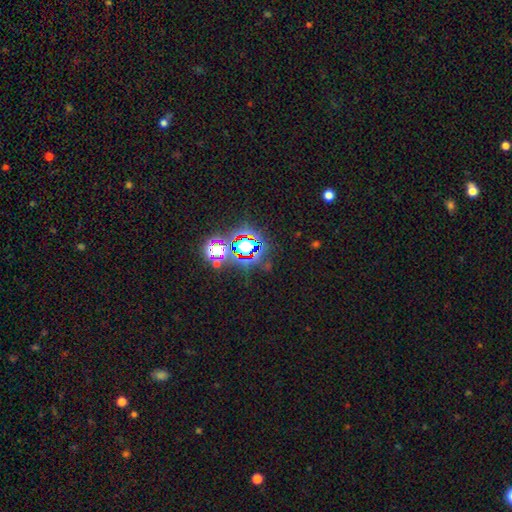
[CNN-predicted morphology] This is likely a star or artifact rather than a galaxy (80%).